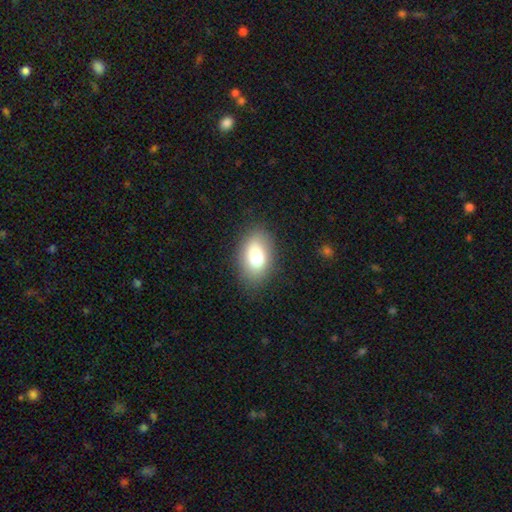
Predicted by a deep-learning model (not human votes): Smooth or featured?
  - smooth: 79% *
  - featured or disk: 12%
  - star or artifact: 9%
How rounded?
  - in between: 90% *
  - round: 9%
  - cigar-shaped: 2%
Merging?
  - none: 82% *
  - minor disturbance: 12%
  - major disturbance: 4%
  - merger: 1%